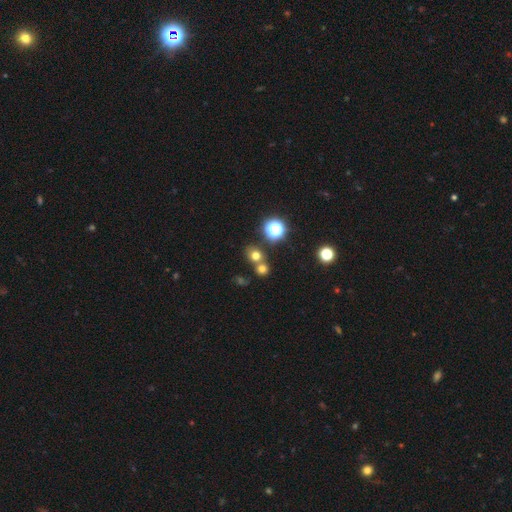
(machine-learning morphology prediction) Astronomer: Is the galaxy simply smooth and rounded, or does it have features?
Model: smooth — 67%.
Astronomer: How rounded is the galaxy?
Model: round — 75%.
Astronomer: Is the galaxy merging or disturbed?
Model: none — 57%.